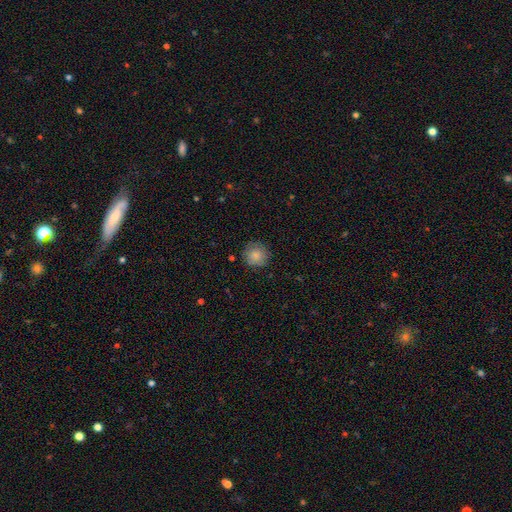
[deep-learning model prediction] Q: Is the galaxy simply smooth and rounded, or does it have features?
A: smooth — 84%.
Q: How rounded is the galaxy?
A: round — 93%.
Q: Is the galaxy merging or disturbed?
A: none — 83%.